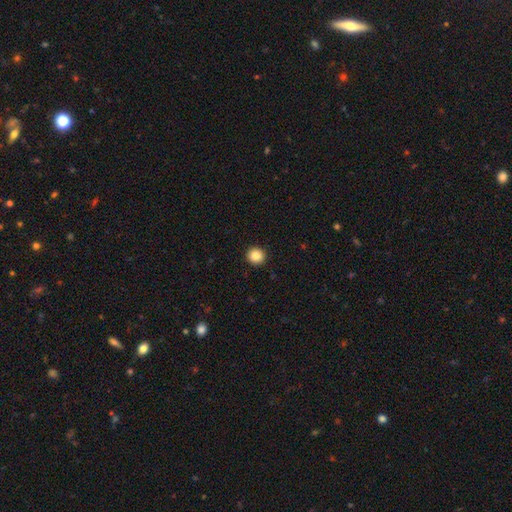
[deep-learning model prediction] Smooth or featured: smooth — 87% (star or artifact — 10%)
How rounded: round — 94% (in between — 5%)
Merging: none — 93% (minor disturbance — 4%)